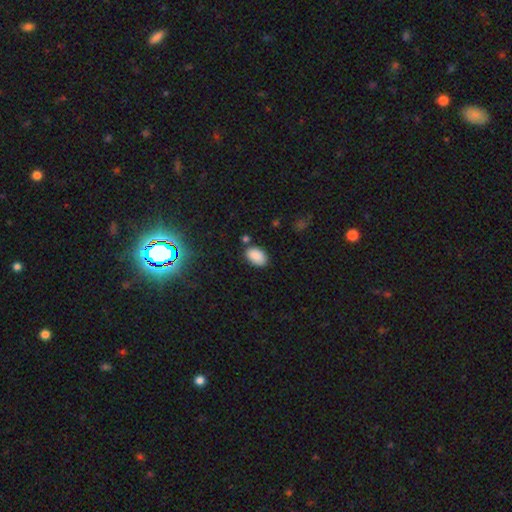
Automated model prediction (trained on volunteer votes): Smooth or featured? Predicted: smooth (p=0.88). How rounded? Predicted: in between (p=0.92). Merging? Predicted: none (p=0.77).